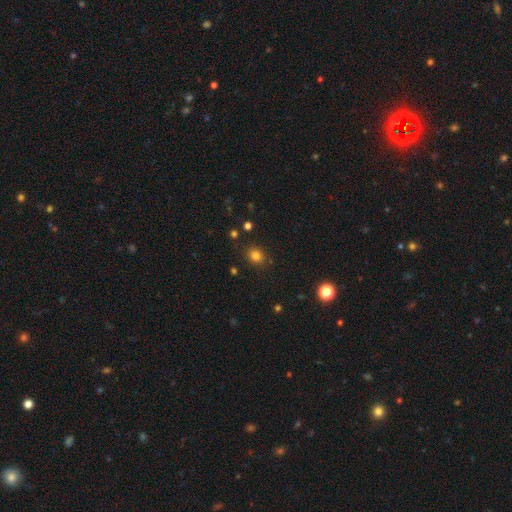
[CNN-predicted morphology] This is clearly a smooth galaxy (80%). How rounded: likely round (69%). Merging: clearly none (86%).